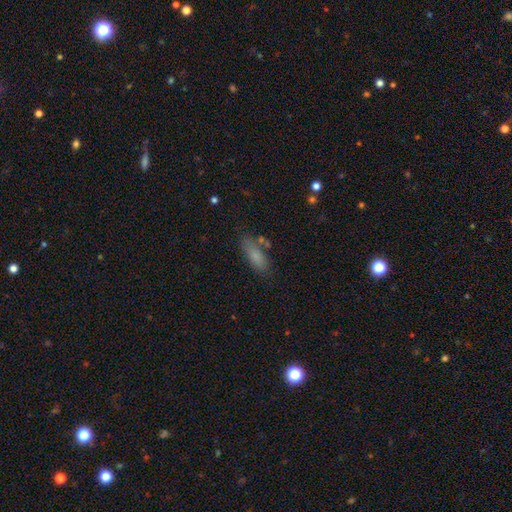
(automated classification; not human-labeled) A smooth galaxy with no disk features (79%) that is in between round and cigar-shaped (65%). Merging: none (69%).